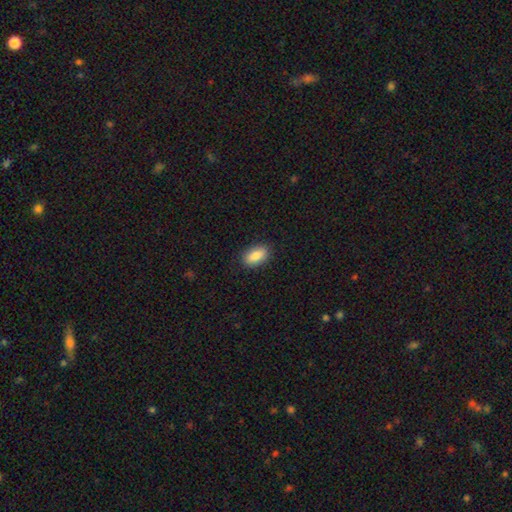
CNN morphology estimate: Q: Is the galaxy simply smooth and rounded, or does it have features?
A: smooth — 88%.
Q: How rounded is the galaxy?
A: in between — 91%.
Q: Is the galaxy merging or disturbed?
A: none — 89%.